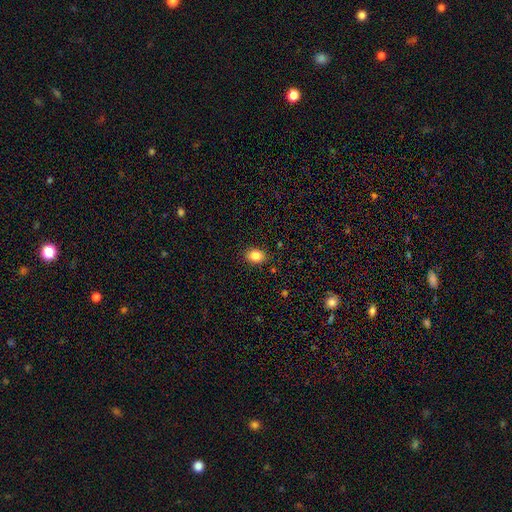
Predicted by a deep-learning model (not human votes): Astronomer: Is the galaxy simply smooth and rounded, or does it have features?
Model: smooth — 85%.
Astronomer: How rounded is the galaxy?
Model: in between — 64%.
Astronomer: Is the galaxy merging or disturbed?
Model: none — 88%.